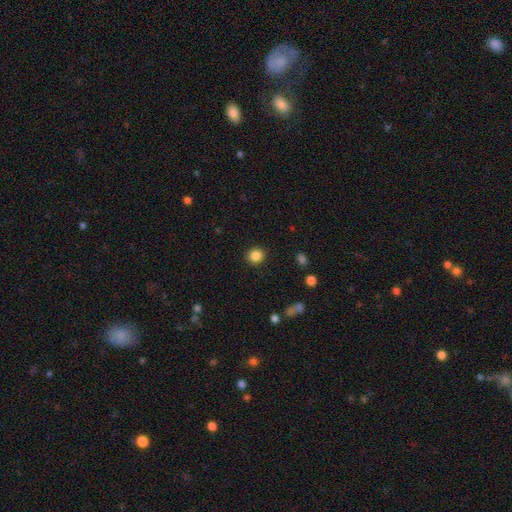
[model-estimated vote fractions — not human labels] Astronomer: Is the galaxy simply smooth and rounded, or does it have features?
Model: smooth — 85%.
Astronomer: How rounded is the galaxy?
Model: round — 92%.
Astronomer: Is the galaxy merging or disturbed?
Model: none — 92%.